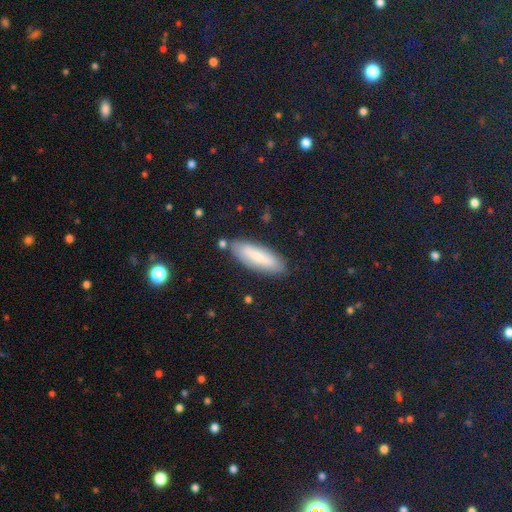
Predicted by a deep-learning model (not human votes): Smooth or featured? Predicted: smooth (p=0.73). How rounded? Predicted: in between (p=0.51). Merging? Predicted: none (p=0.80).